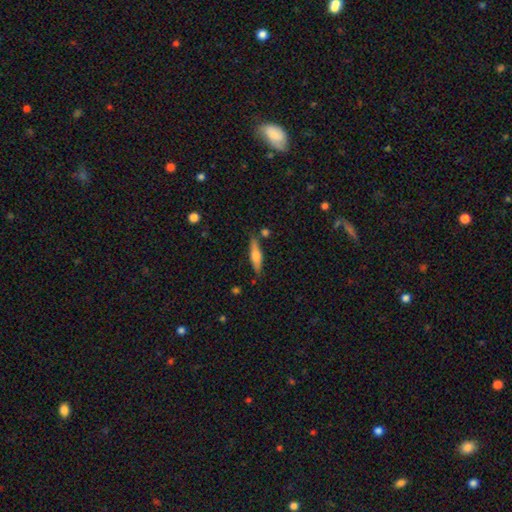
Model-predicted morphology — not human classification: Smooth or featured? Predicted: smooth (p=0.56). How rounded? Predicted: cigar-shaped (p=0.71). Merging? Predicted: none (p=0.79).